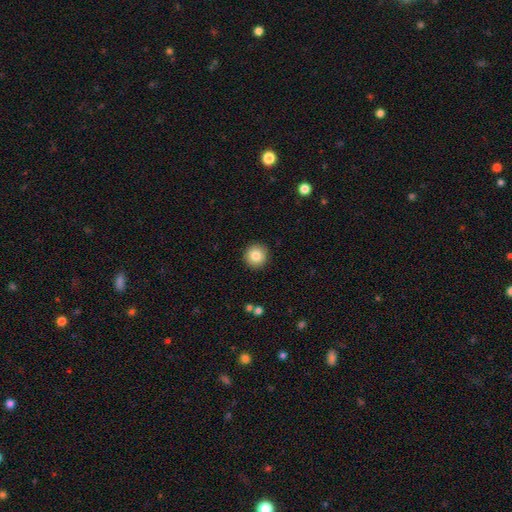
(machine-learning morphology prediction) A smooth galaxy with no disk features (84%) that is round (94%). Merging: none (92%).